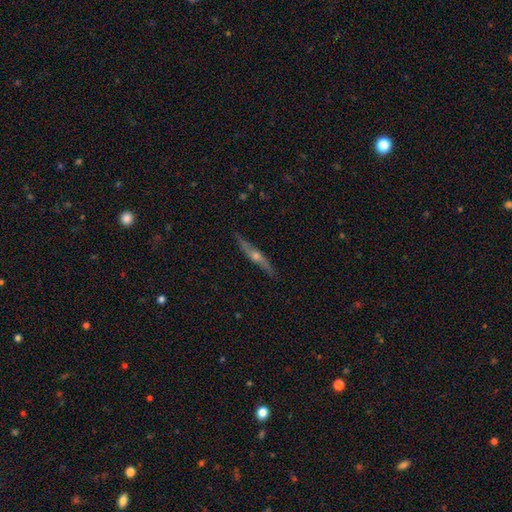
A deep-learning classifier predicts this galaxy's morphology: A featured or disk galaxy (74%) viewed edge-on (91%) with a rounded central bulge (90%).

Vote fractions:
- Smooth or featured? featured or disk: 74% / smooth: 19% / star or artifact: 7%
- Edge-on disk? yes: 91% / no: 9%
- Edge-on bulge? rounded: 90% / none: 7% / boxy: 4%
- Merging? none: 84% / minor disturbance: 12% / major disturbance: 2% / merger: 1%